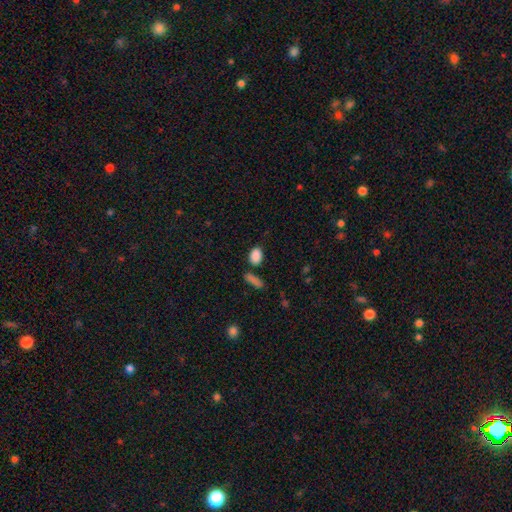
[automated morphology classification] This is clearly a smooth galaxy (87%). How rounded: clearly in between (81%). Merging: likely none (73%).